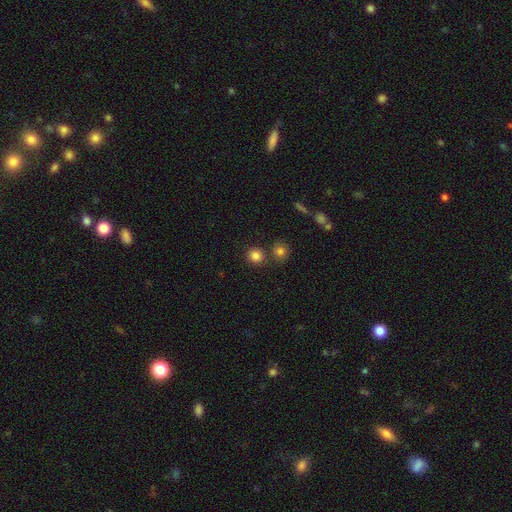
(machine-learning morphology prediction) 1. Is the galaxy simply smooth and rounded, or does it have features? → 82% smooth, 12% star or artifact, 6% featured or disk.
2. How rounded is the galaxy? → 89% round, 10% in between, 1% cigar-shaped.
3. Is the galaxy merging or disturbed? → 73% none, 17% merger, 8% minor disturbance, 3% major disturbance.